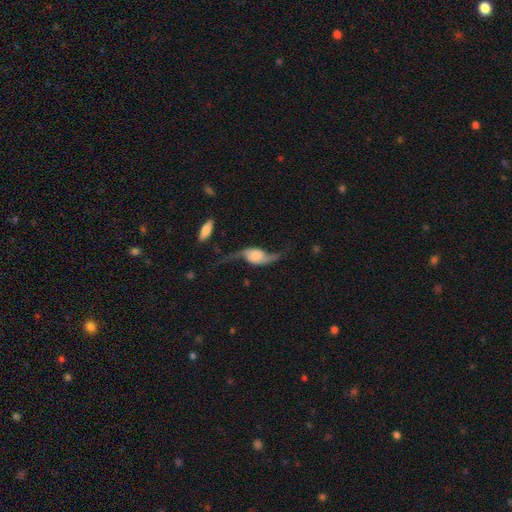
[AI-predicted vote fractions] Overall: featured or disk (81%). Edge-on disk: no (89%). Bar: no (64%; weak 26%). Spiral arms: yes (95%). Spiral arm count: 2 (93%). Spiral winding: loose (93%). Bulge size: large (25%; none 20%). Merging: none (57%; major disturbance 20%).